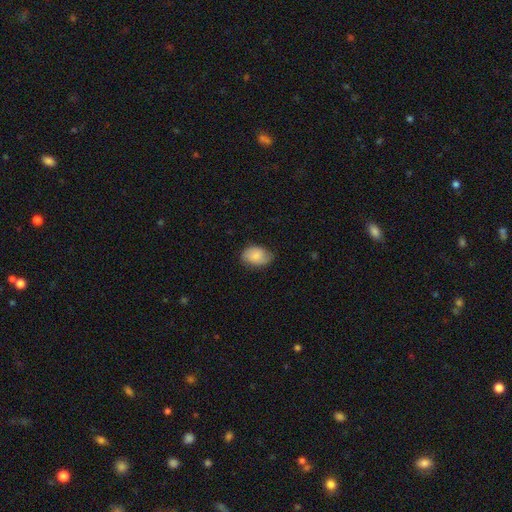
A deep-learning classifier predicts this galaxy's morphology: Smooth or featured: smooth — 80% (featured or disk — 13%)
How rounded: in between — 83% (round — 16%)
Merging: none — 72% (minor disturbance — 23%)